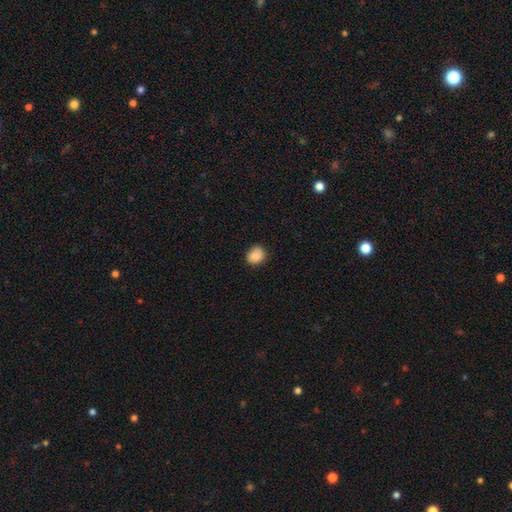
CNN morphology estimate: type=smooth (88%); roundness=round (68%); merging=none (82%).